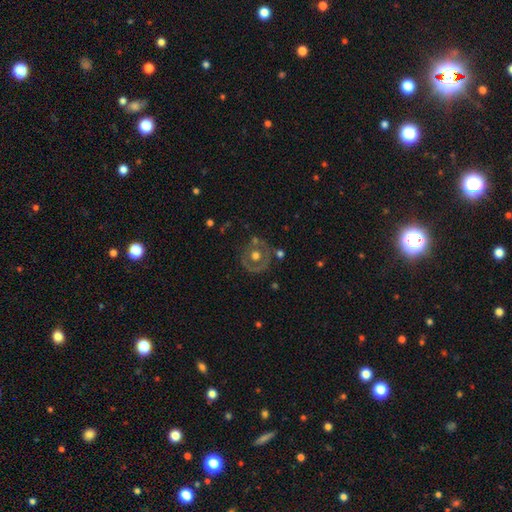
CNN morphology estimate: A featured or disk galaxy (53%) with no bar (89%), no spiral arms (83%) and a moderate central bulge (69%). Merging: none (67%).